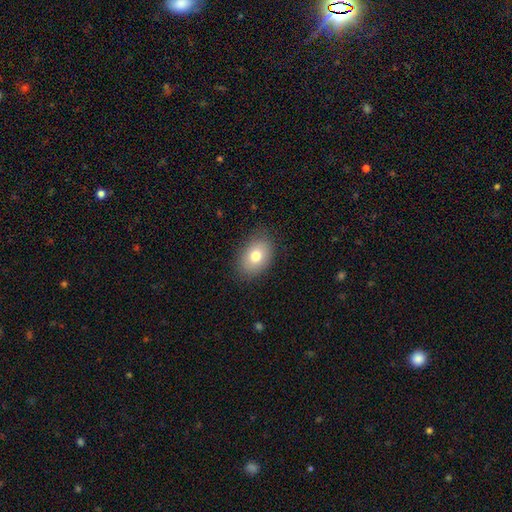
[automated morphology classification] A smooth galaxy with no disk features (78%) that is in between round and cigar-shaped (78%). Merging: none (83%).